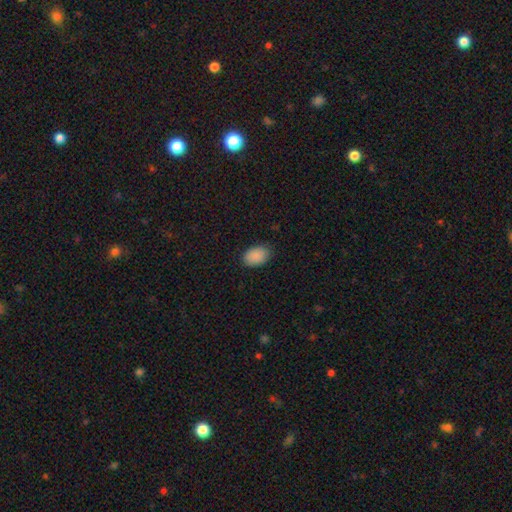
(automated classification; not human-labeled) This is clearly a smooth galaxy (90%). How rounded: clearly in between (87%). Merging: clearly none (84%).